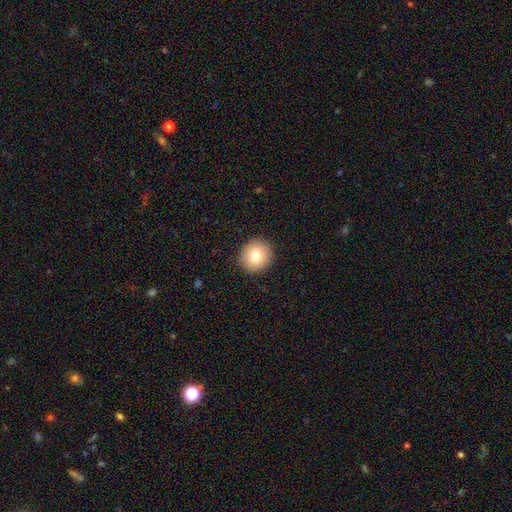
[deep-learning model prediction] This is likely a smooth galaxy (78%). How rounded: clearly round (88%). Merging: clearly none (92%).